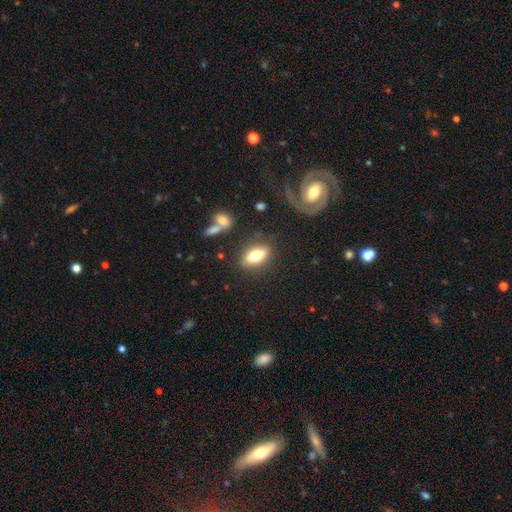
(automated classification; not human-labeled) smooth_or_featured: smooth (p=0.69) [alt: featured or disk p=0.23]
how_rounded: in between (p=0.73) [alt: cigar-shaped p=0.23]
merging: none (p=0.74) [alt: minor disturbance p=0.15]